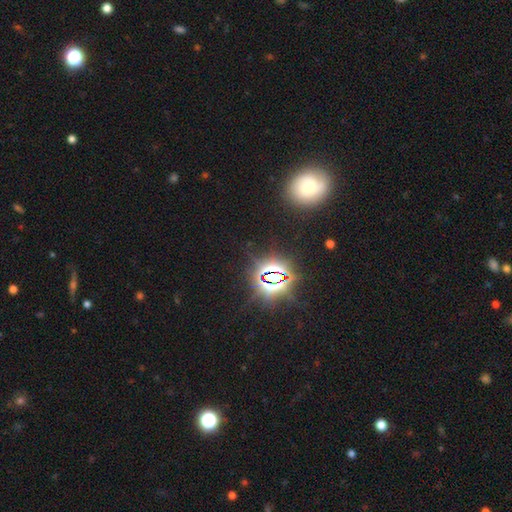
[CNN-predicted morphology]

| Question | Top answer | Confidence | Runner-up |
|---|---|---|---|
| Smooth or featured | star or artifact | 76% | smooth (16%) |